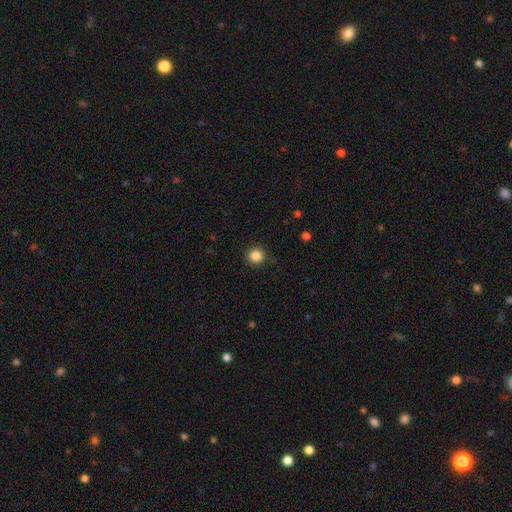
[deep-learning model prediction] Morphology: type=smooth (86%); roundness=round (91%); merging=none (89%).